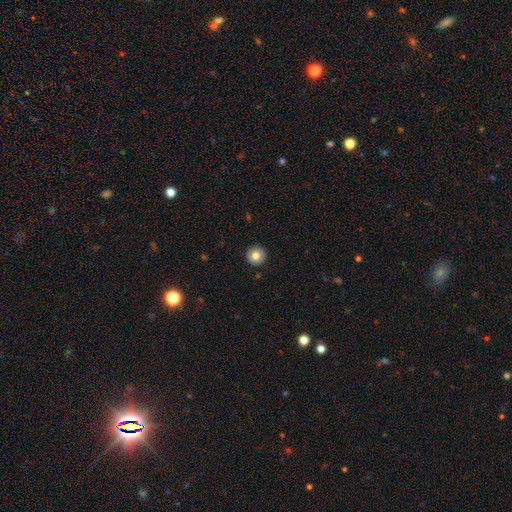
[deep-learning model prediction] A smooth galaxy with no disk features (78%) that is round (96%).

Vote fractions:
- Smooth or featured? smooth: 78% / featured or disk: 13% / star or artifact: 9%
- How rounded? round: 96% / in between: 3% / cigar-shaped: 1%
- Merging? none: 92% / minor disturbance: 5% / major disturbance: 1% / merger: 1%